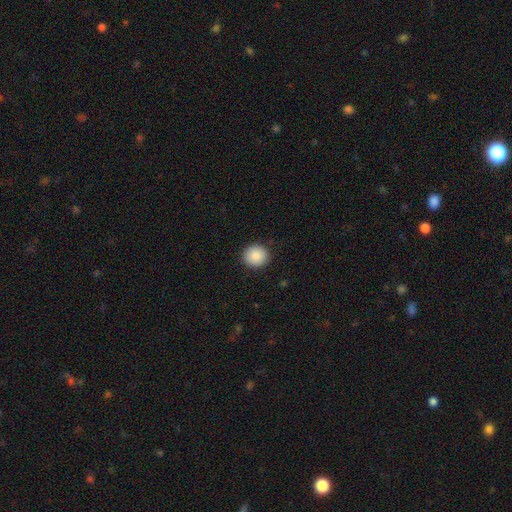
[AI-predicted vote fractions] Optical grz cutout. It shows a smooth galaxy with no disk features (89%) that is round (88%). Merging: none (91%).